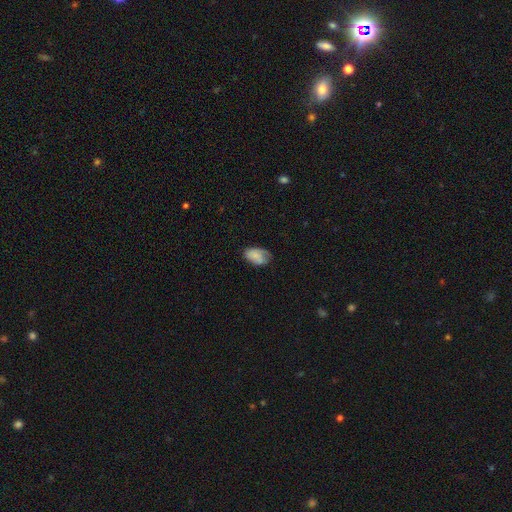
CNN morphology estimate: smooth_or_featured: smooth (p=0.73) [alt: featured or disk p=0.19]
how_rounded: in between (p=0.90) [alt: round p=0.09]
merging: none (p=0.53) [alt: minor disturbance p=0.33]